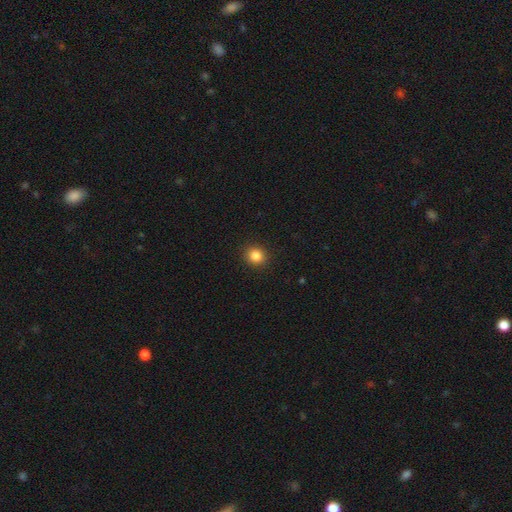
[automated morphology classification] Smooth or featured? Predicted: smooth (p=0.85). How rounded? Predicted: round (p=0.80). Merging? Predicted: none (p=0.91).